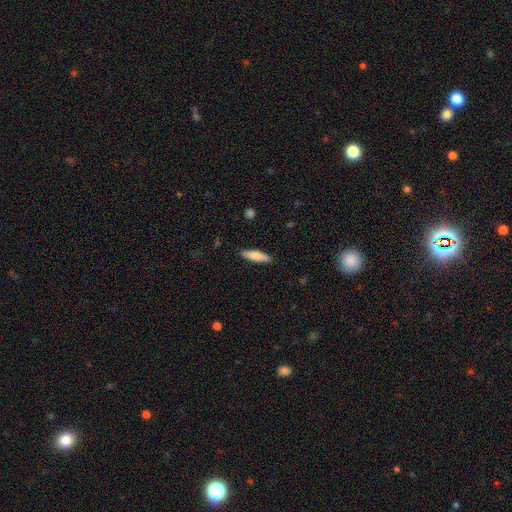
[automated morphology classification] Smooth or featured? smooth (74%)
How rounded? cigar-shaped (64%)
Merging? none (88%)